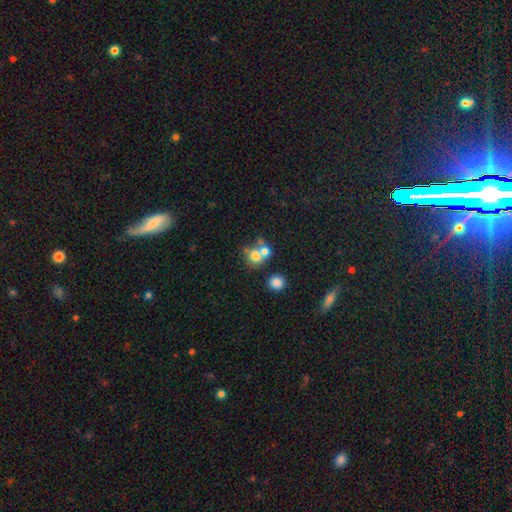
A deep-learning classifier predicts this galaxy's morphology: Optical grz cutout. It shows a smooth galaxy with no disk features (69%) that is round (76%). Merging: merger (54%).